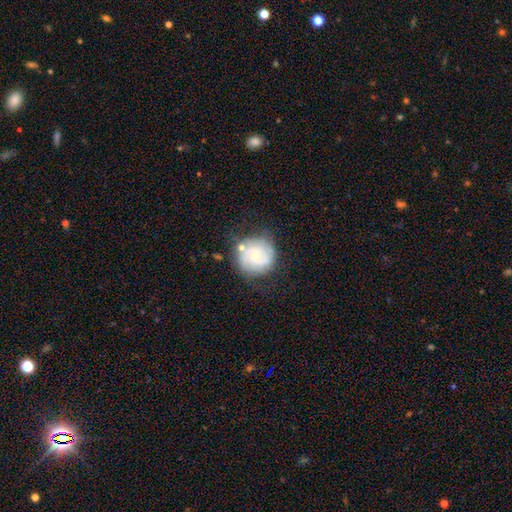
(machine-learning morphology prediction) A featured or disk galaxy (65%) with no bar (69%), 2 (42%) tight (60%) spiral arms (84%) and a small central bulge (68%). Merging: none (62%).